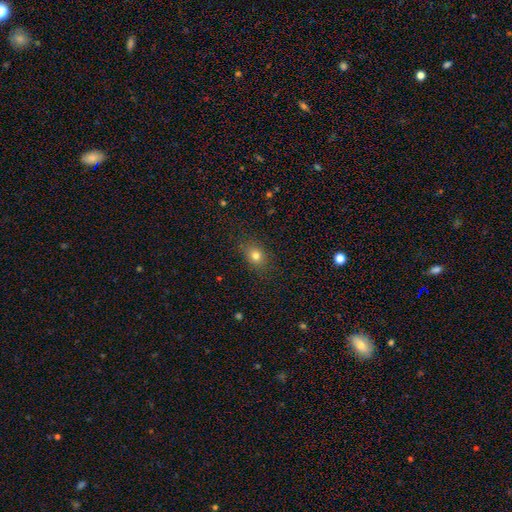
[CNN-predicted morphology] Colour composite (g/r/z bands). It shows a smooth galaxy with no disk features (78%) that is in between round and cigar-shaped (56%). Merging: none (84%).